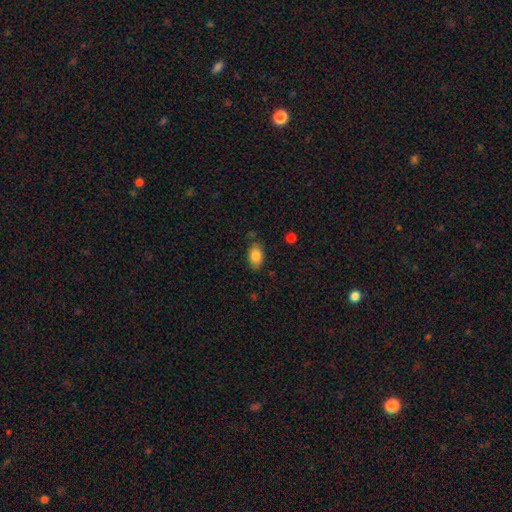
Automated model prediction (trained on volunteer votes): Smooth or featured?
  - smooth: 83% *
  - featured or disk: 9%
  - star or artifact: 8%
How rounded?
  - in between: 88% *
  - round: 10%
  - cigar-shaped: 2%
Merging?
  - none: 79% *
  - minor disturbance: 16%
  - major disturbance: 3%
  - merger: 2%